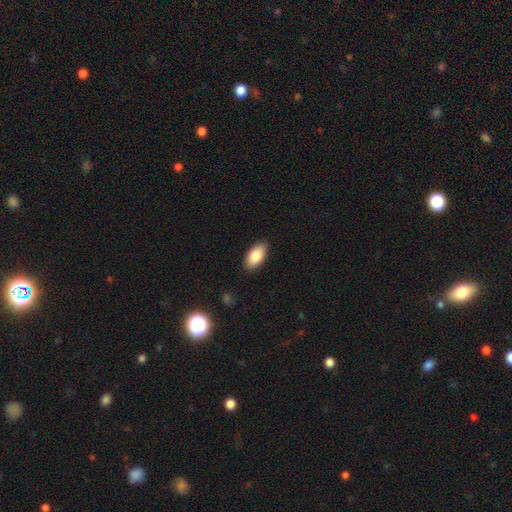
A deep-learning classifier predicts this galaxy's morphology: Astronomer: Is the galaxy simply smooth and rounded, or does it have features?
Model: smooth — 85%.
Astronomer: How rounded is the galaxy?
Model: in between — 92%.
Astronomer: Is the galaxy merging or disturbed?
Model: none — 88%.